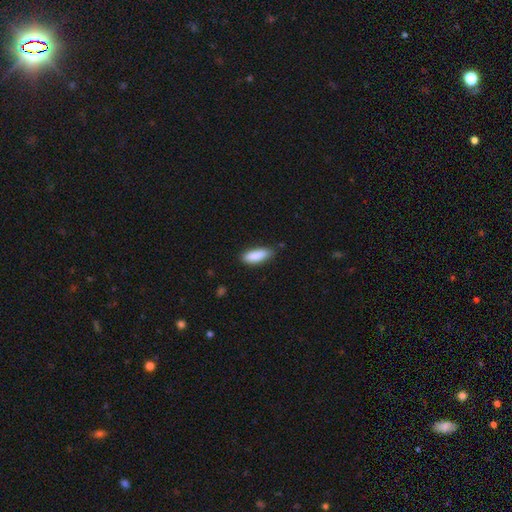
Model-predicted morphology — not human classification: smooth-or-featured: smooth: 88% | star or artifact: 6% | featured or disk: 5%
  how-rounded: in between: 68% | cigar-shaped: 30% | round: 2%
  merging: none: 75% | minor disturbance: 20% | major disturbance: 3% | merger: 2%